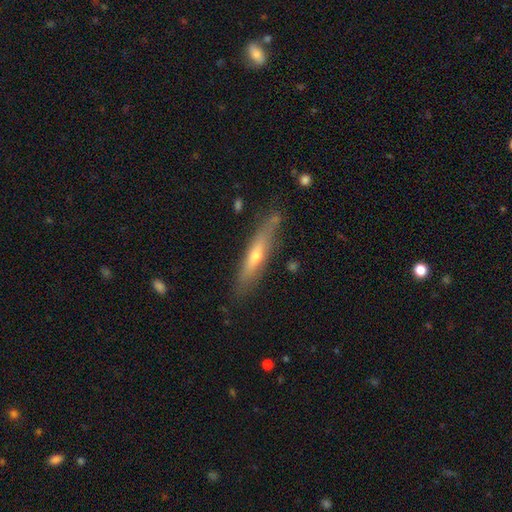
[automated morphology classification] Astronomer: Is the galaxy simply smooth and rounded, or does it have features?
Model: featured or disk — 50% (runner-up: smooth, 43%).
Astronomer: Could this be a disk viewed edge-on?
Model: yes — 83%.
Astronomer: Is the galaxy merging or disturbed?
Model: none — 77%.